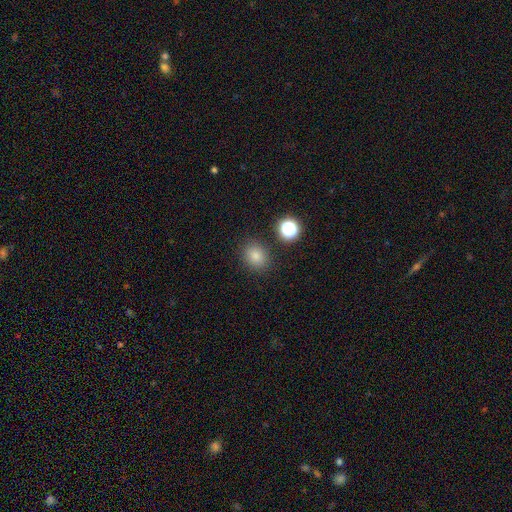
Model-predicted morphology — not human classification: Smooth or featured? Predicted: smooth (p=0.80). How rounded? Predicted: round (p=0.63). Merging? Predicted: none (p=0.84).